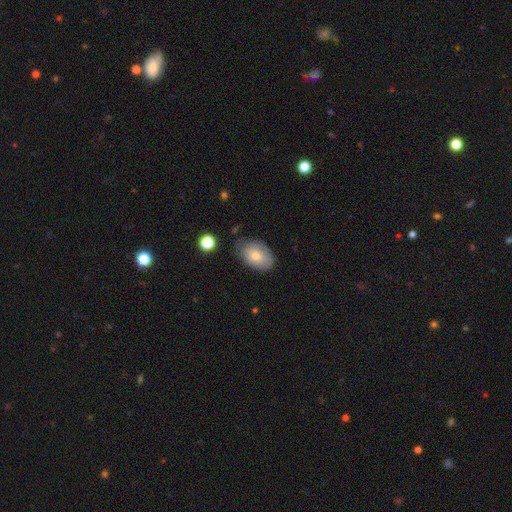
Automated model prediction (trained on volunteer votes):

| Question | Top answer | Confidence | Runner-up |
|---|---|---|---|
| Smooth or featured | smooth | 75% | featured or disk (17%) |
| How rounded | in between | 88% | round (11%) |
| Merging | none | 68% | minor disturbance (25%) |